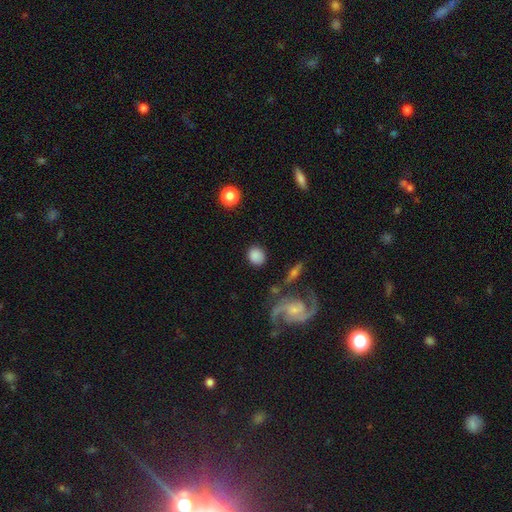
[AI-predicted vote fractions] A smooth galaxy with no disk features (79%) that is round (70%). Merging: none (81%).